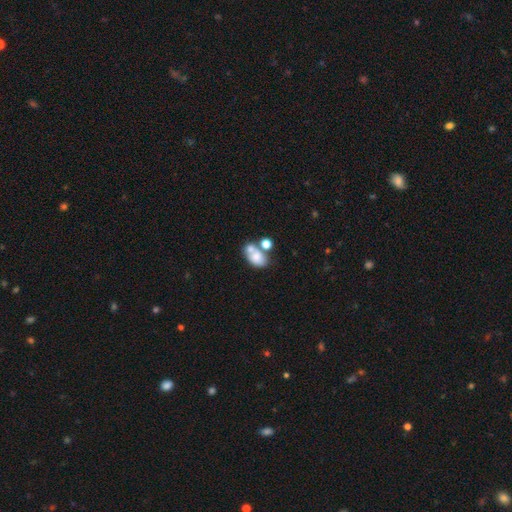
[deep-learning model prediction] Smooth or featured? smooth (69%)
How rounded? in between (80%)
Merging? merger (49%)